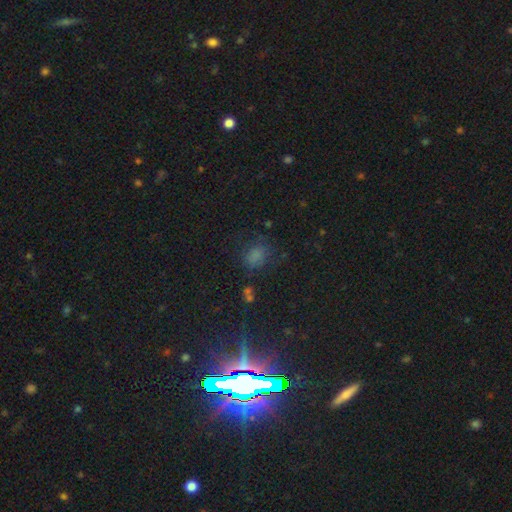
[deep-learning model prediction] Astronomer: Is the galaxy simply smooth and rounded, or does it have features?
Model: smooth — 65%.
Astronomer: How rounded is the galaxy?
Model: in between — 56% (runner-up: round, 42%).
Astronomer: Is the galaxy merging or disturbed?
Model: none — 62%.